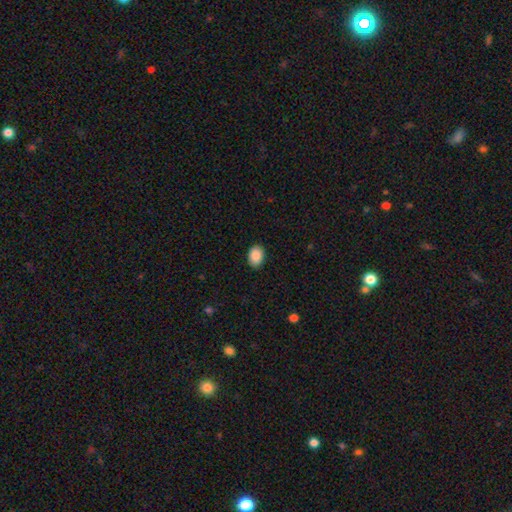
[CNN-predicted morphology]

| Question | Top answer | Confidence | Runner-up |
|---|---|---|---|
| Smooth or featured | smooth | 90% | star or artifact (7%) |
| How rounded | in between | 82% | round (17%) |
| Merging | none | 87% | minor disturbance (10%) |